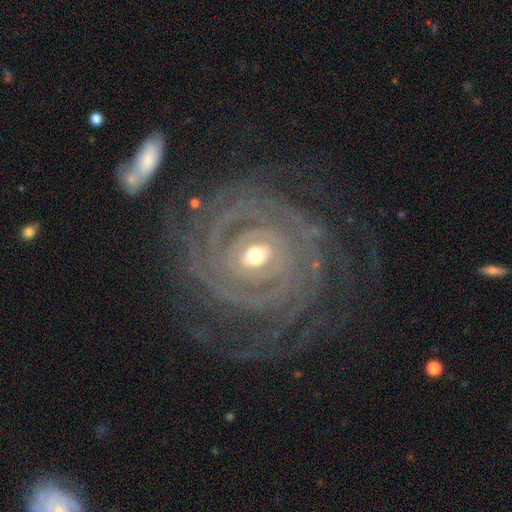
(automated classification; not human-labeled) Q: Smooth or featured?
A: featured or disk (88%); runner-up: smooth (7%)
Q: Edge-on disk?
A: no (96%); runner-up: yes (4%)
Q: Bar?
A: no (51%); runner-up: weak (30%)
Q: Spiral arms?
A: yes (88%); runner-up: no (12%)
Q: Spiral winding?
A: tight (77%); runner-up: medium (16%)
Q: Spiral arm count?
A: can't tell (34%); runner-up: 2 (19%)
Q: Bulge size?
A: moderate (58%); runner-up: small (29%)
Q: Merging?
A: none (75%); runner-up: minor disturbance (14%)